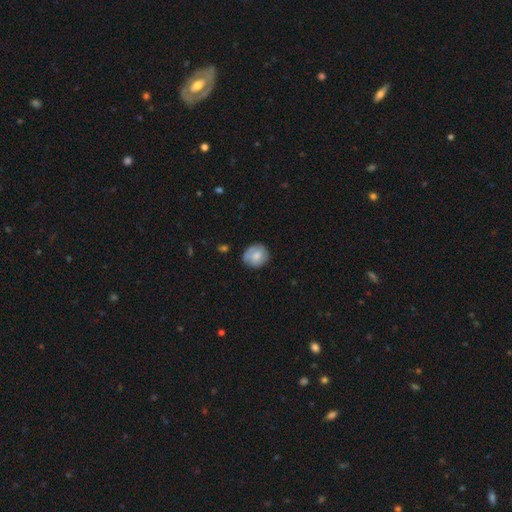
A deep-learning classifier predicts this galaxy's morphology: smooth_or_featured: smooth (p=0.49) [alt: featured or disk p=0.44]
merging: none (p=0.74) [alt: minor disturbance p=0.19]